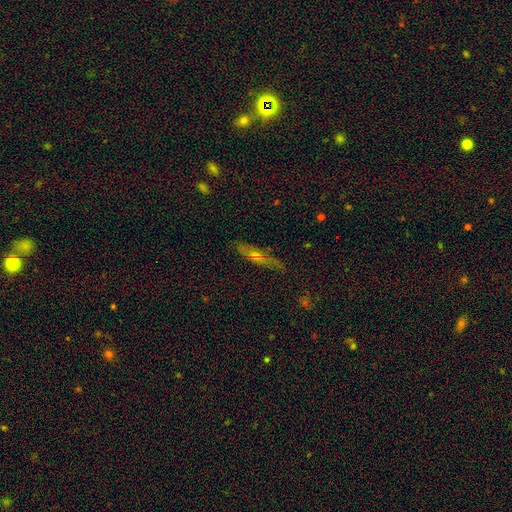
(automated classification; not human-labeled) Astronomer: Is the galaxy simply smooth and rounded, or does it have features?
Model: featured or disk — 49% (runner-up: smooth, 37%).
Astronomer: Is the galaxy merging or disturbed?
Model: none — 79%.